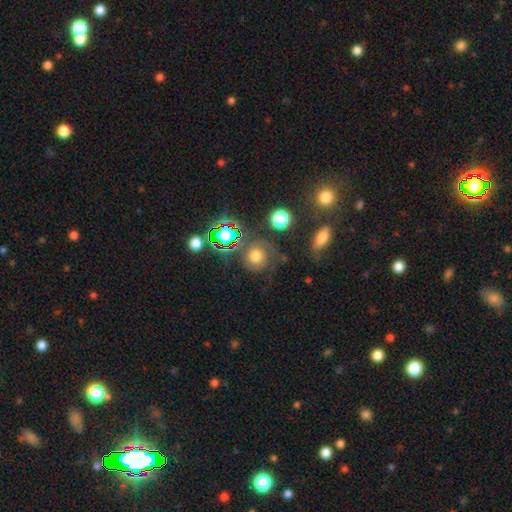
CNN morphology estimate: Smooth or featured: smooth — 43% (featured or disk — 37%)
Merging: none — 60% (minor disturbance — 18%)